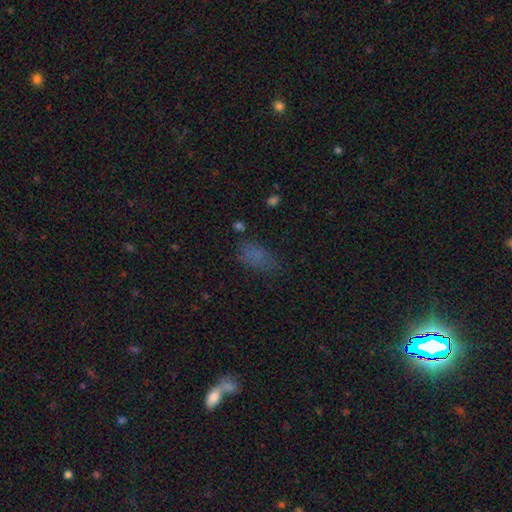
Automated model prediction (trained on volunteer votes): Smooth or featured: smooth — 71% (star or artifact — 19%)
How rounded: in between — 88% (round — 7%)
Merging: none — 58% (minor disturbance — 25%)